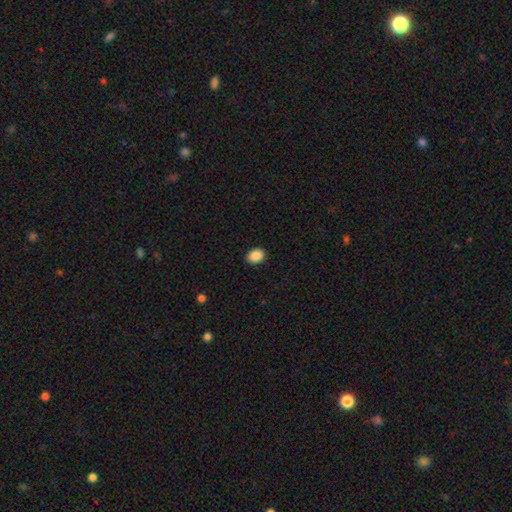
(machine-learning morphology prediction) A smooth galaxy with no disk features (89%) that is in between round and cigar-shaped (61%).

Vote fractions:
- Smooth or featured? smooth: 89% / star or artifact: 8% / featured or disk: 3%
- How rounded? in between: 61% / round: 38% / cigar-shaped: 1%
- Merging? none: 91% / minor disturbance: 6% / major disturbance: 2% / merger: 1%